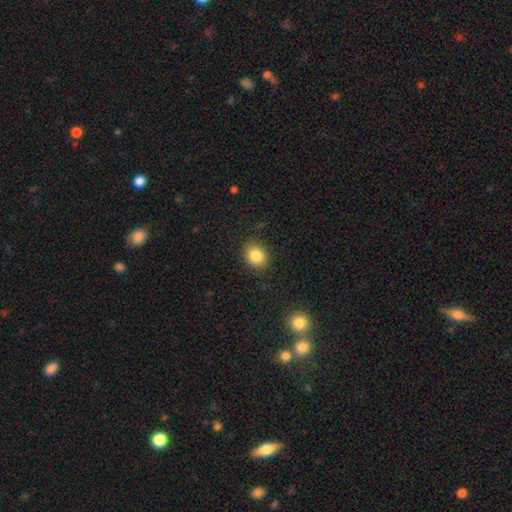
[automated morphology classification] This is clearly a smooth galaxy (84%). How rounded: possibly round (60%). Merging: clearly none (85%).